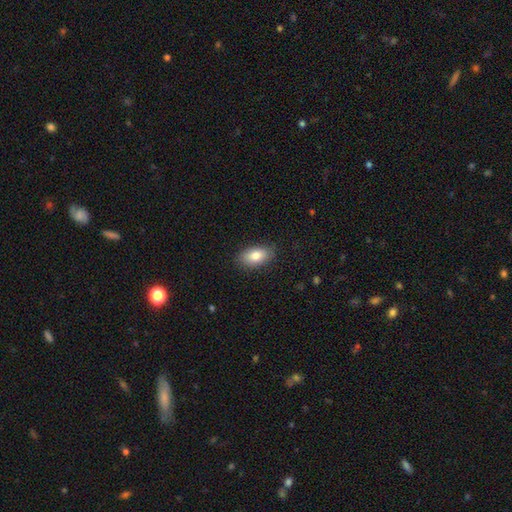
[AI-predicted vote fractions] Overall: smooth (82%). How rounded: in between (92%). Merging: none (87%).